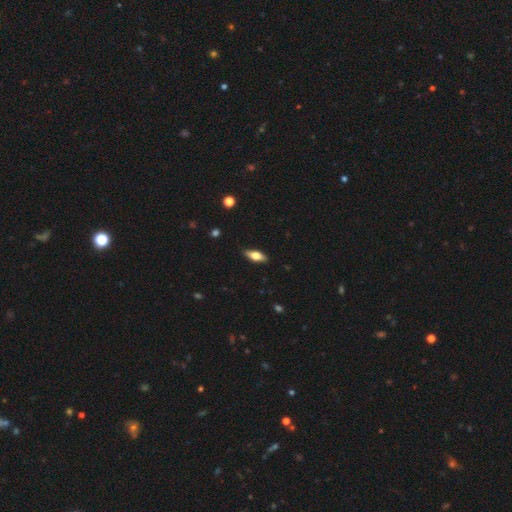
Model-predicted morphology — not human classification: This is likely a smooth galaxy (64%). How rounded: likely in between (73%). Merging: clearly none (87%).